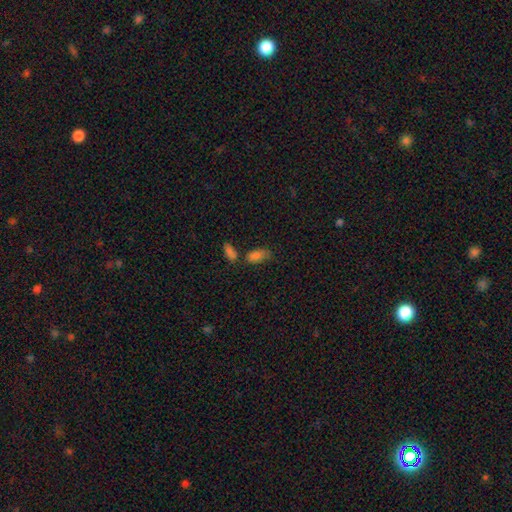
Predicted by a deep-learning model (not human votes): Overall: smooth (80%). How rounded: in between (87%). Merging: none (45%; merger 29%).